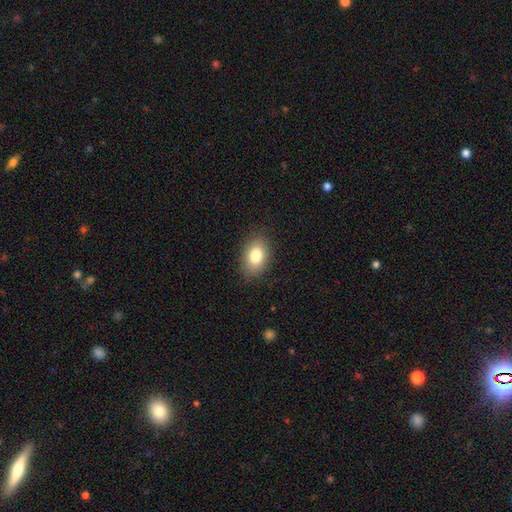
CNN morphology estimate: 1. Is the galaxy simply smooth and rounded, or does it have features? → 81% smooth, 10% featured or disk, 9% star or artifact.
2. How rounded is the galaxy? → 84% in between, 15% round, 1% cigar-shaped.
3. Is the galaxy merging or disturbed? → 86% none, 10% minor disturbance, 3% major disturbance, 1% merger.